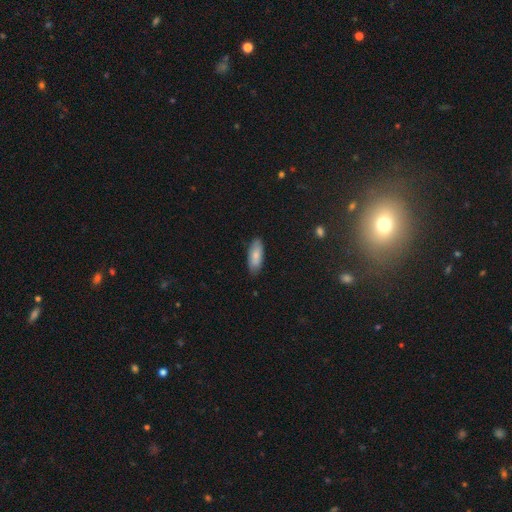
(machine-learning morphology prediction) Q: Smooth or featured?
A: smooth (81%); runner-up: featured or disk (14%)
Q: How rounded?
A: in between (76%); runner-up: cigar-shaped (23%)
Q: Merging?
A: none (83%); runner-up: minor disturbance (13%)